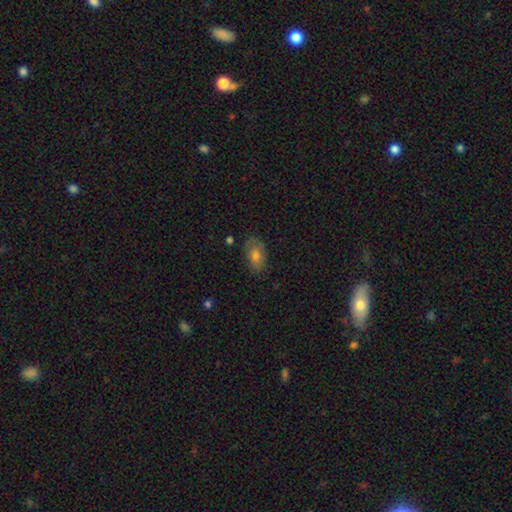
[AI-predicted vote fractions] smooth_or_featured: smooth (p=0.70) [alt: featured or disk p=0.19]
how_rounded: in between (p=0.88) [alt: round p=0.10]
merging: none (p=0.77) [alt: minor disturbance p=0.18]